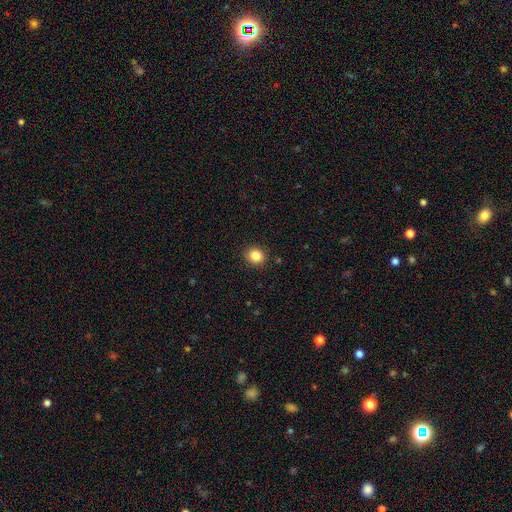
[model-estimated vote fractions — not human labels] This is clearly a smooth galaxy (85%). How rounded: clearly round (81%). Merging: clearly none (90%).